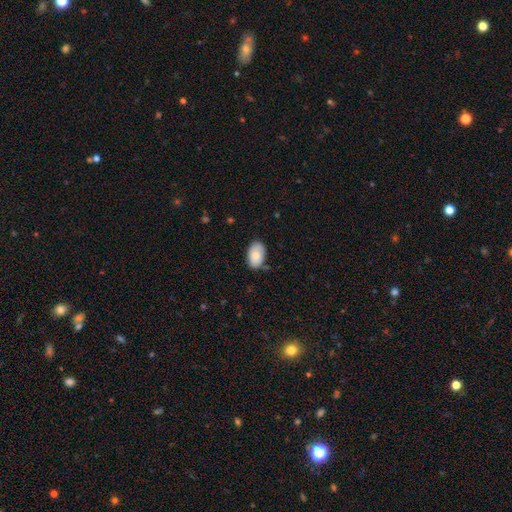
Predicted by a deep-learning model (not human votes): smooth-or-featured: smooth: 79% | featured or disk: 14% | star or artifact: 7%
  how-rounded: in between: 92% | round: 7% | cigar-shaped: 1%
  merging: none: 70% | minor disturbance: 23% | major disturbance: 4% | merger: 3%